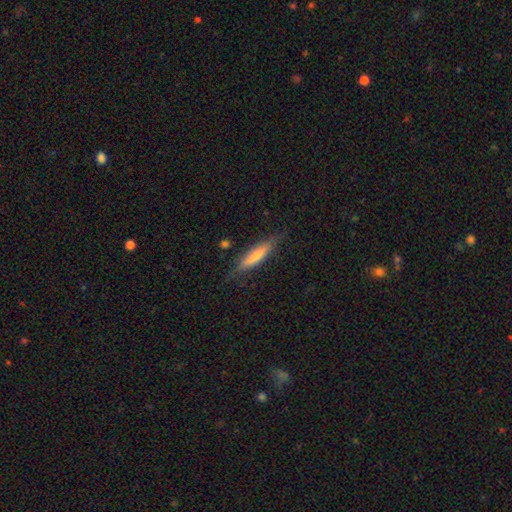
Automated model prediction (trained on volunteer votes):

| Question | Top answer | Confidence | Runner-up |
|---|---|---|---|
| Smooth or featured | smooth | 52% | featured or disk (41%) |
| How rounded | cigar-shaped | 86% | in between (12%) |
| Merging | none | 81% | minor disturbance (14%) |